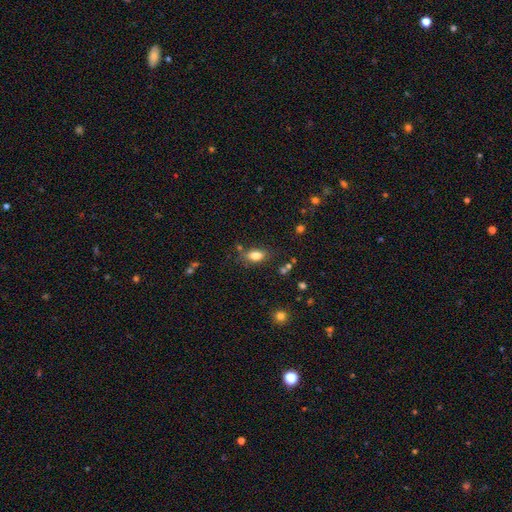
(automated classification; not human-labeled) The model was most divided on "merging": none: 74%, minor disturbance: 16%, merger: 5%, major disturbance: 5%. More confident: how rounded — in between (86%); smooth or featured — smooth (81%).